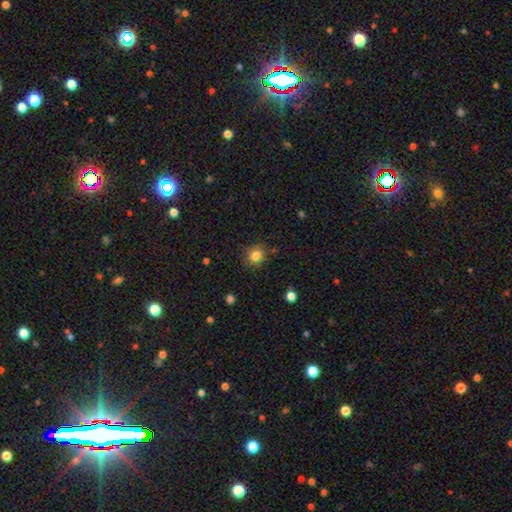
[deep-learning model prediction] This appears to be a smooth galaxy with no disk features (83%) that is round (77%). Merging: none (83%).